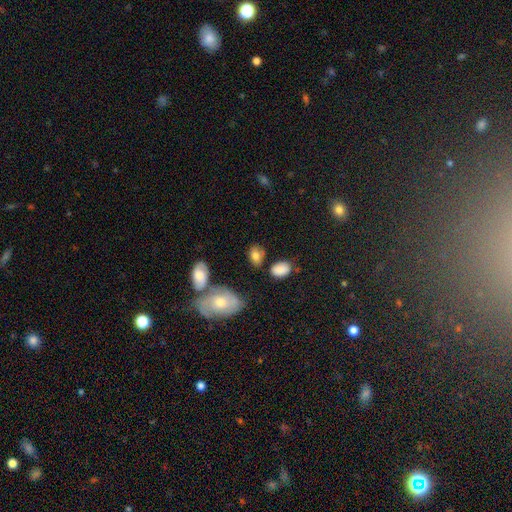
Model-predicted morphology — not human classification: smooth 77%, featured or disk 14%, star or artifact 9%. Down the decision tree: how rounded — in between (83%); merging — none (65%).